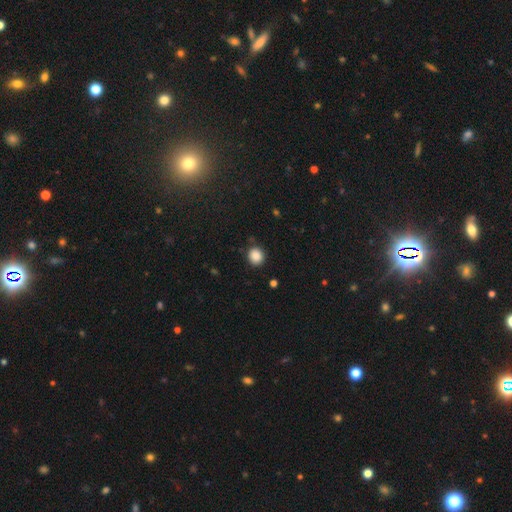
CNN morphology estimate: A smooth galaxy with no disk features (88%) that is round (84%). Merging: none (87%).